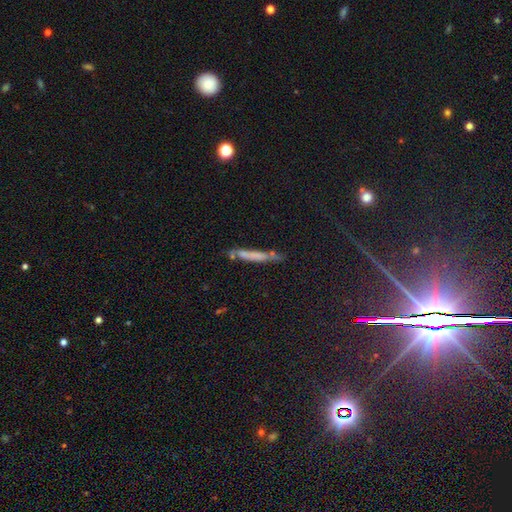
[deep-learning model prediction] Q: Smooth or featured?
A: smooth (60%); runner-up: featured or disk (29%)
Q: How rounded?
A: cigar-shaped (92%); runner-up: in between (6%)
Q: Merging?
A: none (63%); runner-up: minor disturbance (20%)